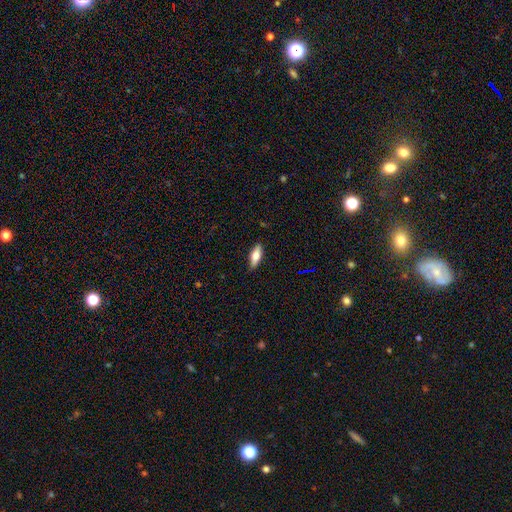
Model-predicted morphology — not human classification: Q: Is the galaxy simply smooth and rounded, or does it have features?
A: smooth — 58%.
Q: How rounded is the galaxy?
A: in between — 65%.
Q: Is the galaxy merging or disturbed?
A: none — 87%.